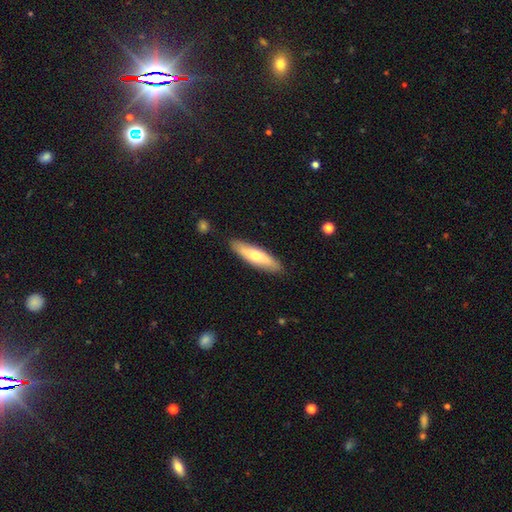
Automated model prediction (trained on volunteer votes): The model was most divided on "smooth or featured": smooth: 60%, featured or disk: 34%, star or artifact: 5%. More confident: merging — none (88%); how rounded — cigar-shaped (64%).